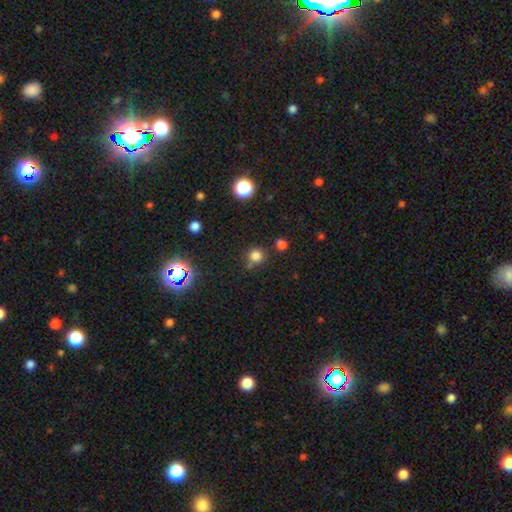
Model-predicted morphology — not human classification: The model was most divided on "merging": none: 71%, minor disturbance: 13%, merger: 11%, major disturbance: 4%. More confident: how rounded — round (90%); smooth or featured — smooth (76%).